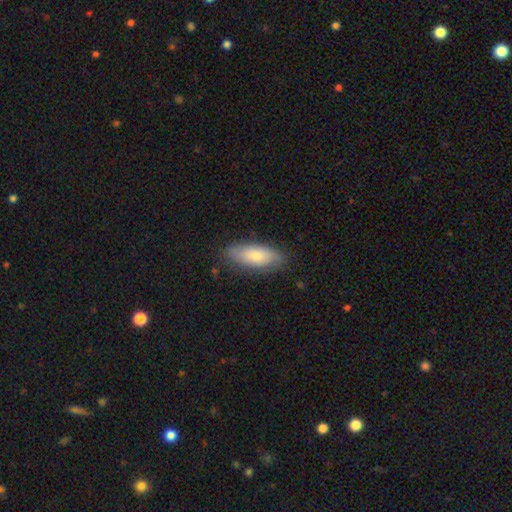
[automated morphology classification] Q: Smooth or featured?
A: smooth (72%); runner-up: featured or disk (22%)
Q: How rounded?
A: in between (77%); runner-up: cigar-shaped (20%)
Q: Merging?
A: none (81%); runner-up: minor disturbance (15%)